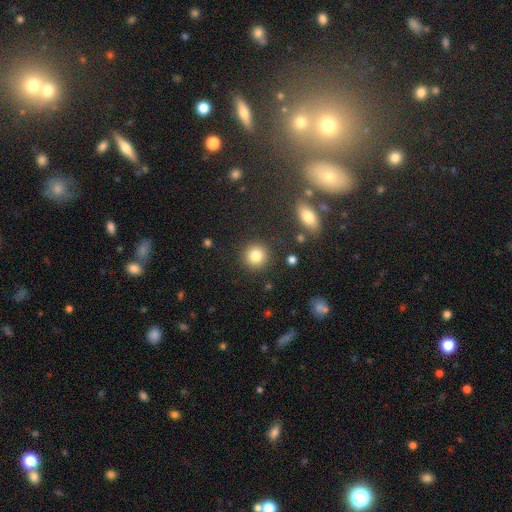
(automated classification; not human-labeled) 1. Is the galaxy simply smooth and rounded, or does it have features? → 82% smooth, 10% star or artifact, 8% featured or disk.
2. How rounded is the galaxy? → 93% round, 6% in between, 1% cigar-shaped.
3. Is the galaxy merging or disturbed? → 89% none, 6% minor disturbance, 3% major disturbance, 2% merger.